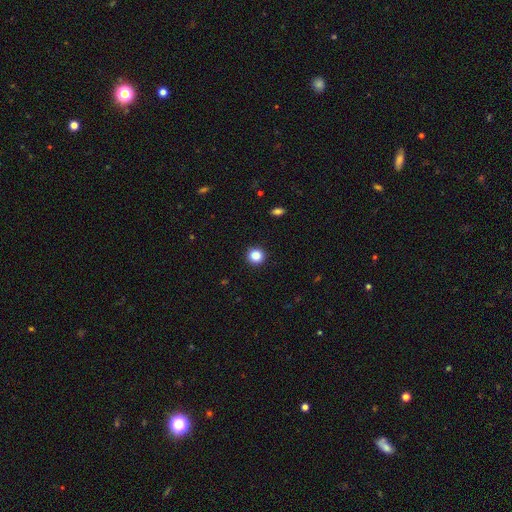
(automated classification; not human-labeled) smooth-or-featured: smooth: 86% | star or artifact: 10% | featured or disk: 3%
  how-rounded: round: 93% | in between: 7% | cigar-shaped: 1%
  merging: none: 92% | minor disturbance: 5% | major disturbance: 2% | merger: 1%